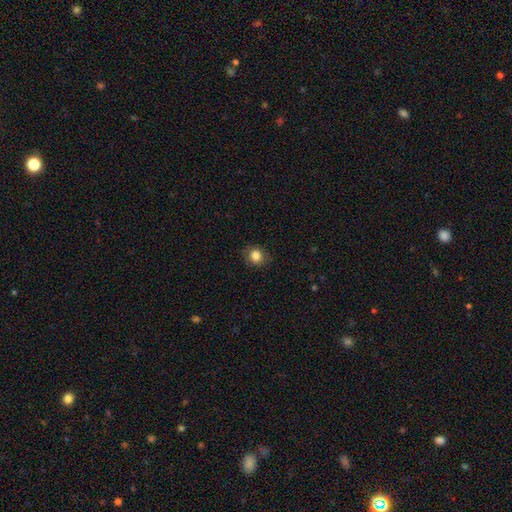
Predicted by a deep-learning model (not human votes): Q: Smooth or featured?
A: smooth (83%); runner-up: star or artifact (10%)
Q: How rounded?
A: round (76%); runner-up: in between (23%)
Q: Merging?
A: none (85%); runner-up: minor disturbance (11%)